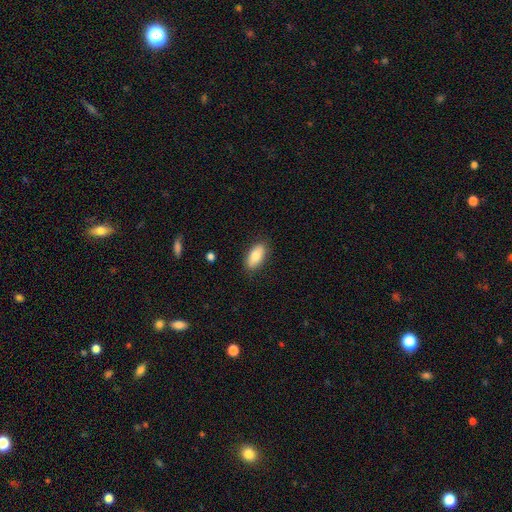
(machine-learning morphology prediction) Smooth or featured? smooth (80%)
How rounded? in between (90%)
Merging? none (85%)